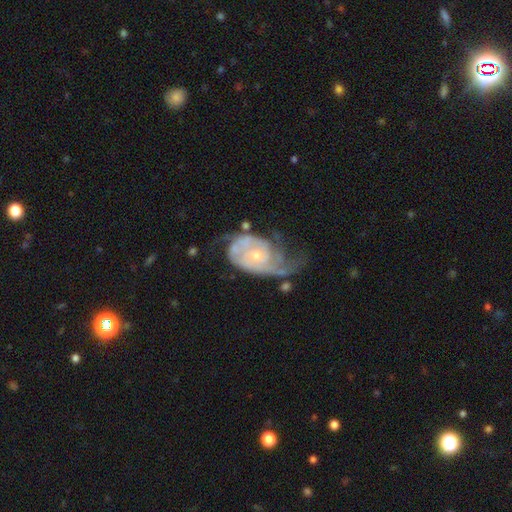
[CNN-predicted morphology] A featured or disk galaxy (84%) with no bar (76%), 2 (41%) tight (54%) spiral arms (92%) and a small central bulge (61%).

Vote fractions:
- Smooth or featured? featured or disk: 84% / smooth: 10% / star or artifact: 5%
- Edge-on disk? no: 97% / yes: 3%
- Bar? no: 76% / weak: 21% / strong: 4%
- Spiral arms? yes: 92% / no: 8%
- Spiral winding? tight: 54% / medium: 31% / loose: 15%
- Spiral arm count? 2: 41% / can't tell: 27% / 1: 15% / 3: 10% / 4: 4% / more than 4: 3%
- Bulge size? small: 61% / moderate: 35% / large: 1% / none: 1% / dominant: 1%
- Merging? none: 35% / major disturbance: 33% / minor disturbance: 27% / merger: 6%